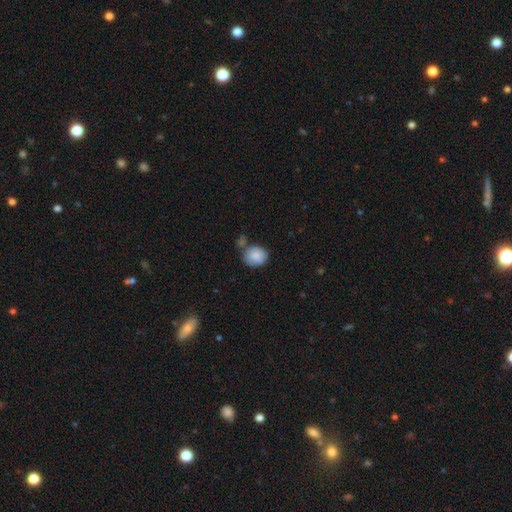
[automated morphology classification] Q: Smooth or featured?
A: smooth (85%); runner-up: featured or disk (8%)
Q: How rounded?
A: round (67%); runner-up: in between (32%)
Q: Merging?
A: none (56%); runner-up: minor disturbance (20%)